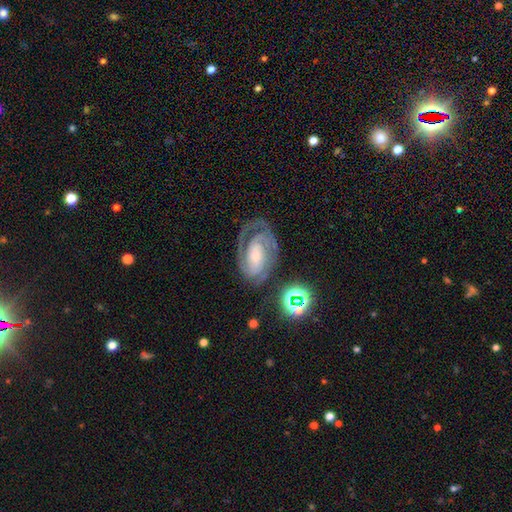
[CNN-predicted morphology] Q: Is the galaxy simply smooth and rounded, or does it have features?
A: featured or disk — 87%.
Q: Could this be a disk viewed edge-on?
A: no — 97%.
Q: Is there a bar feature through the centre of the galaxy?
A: no — 50%.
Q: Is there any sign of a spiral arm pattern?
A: yes — 97%.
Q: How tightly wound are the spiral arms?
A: tight — 64%.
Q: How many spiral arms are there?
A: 2 — 70%.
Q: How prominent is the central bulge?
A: small — 45%.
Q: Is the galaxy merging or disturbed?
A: none — 68%.